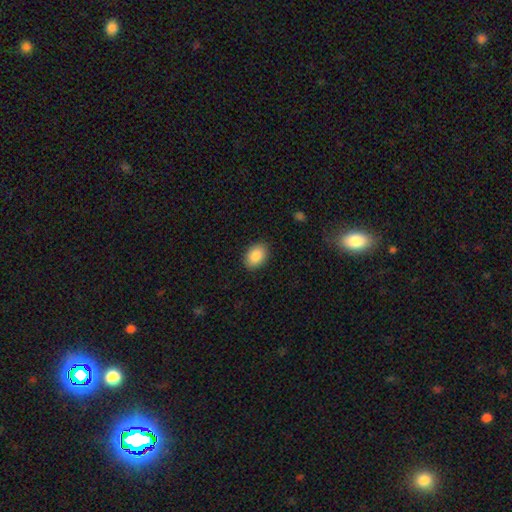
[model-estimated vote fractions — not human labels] A smooth galaxy with no disk features (88%) that is in between round and cigar-shaped (82%).

Vote fractions:
- Smooth or featured? smooth: 88% / star or artifact: 7% / featured or disk: 5%
- How rounded? in between: 82% / round: 17% / cigar-shaped: 1%
- Merging? none: 88% / minor disturbance: 9% / major disturbance: 2% / merger: 1%